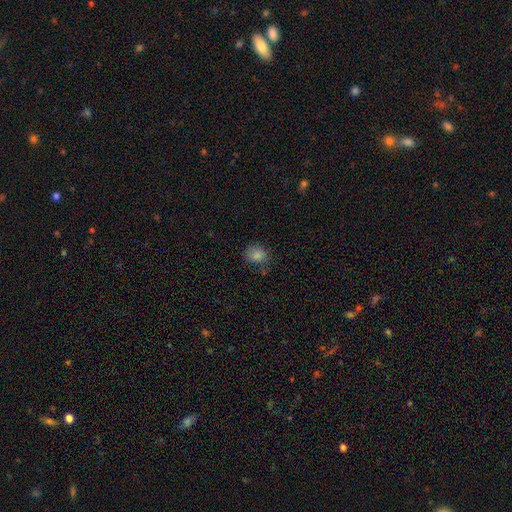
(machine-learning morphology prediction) Smooth or featured?
  - smooth: 76% *
  - star or artifact: 17%
  - featured or disk: 7%
How rounded?
  - round: 61% *
  - in between: 38%
  - cigar-shaped: 1%
Merging?
  - none: 74% *
  - minor disturbance: 18%
  - major disturbance: 5%
  - merger: 2%